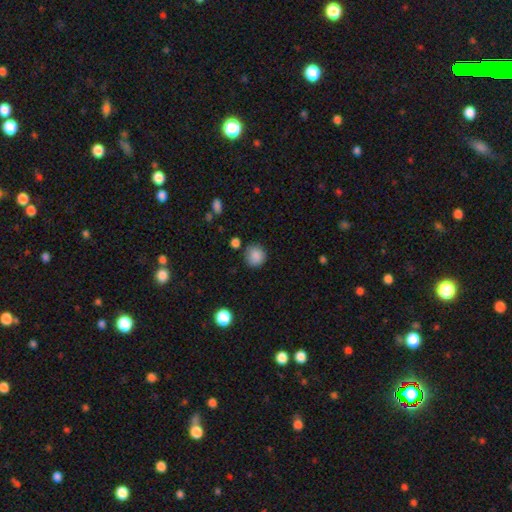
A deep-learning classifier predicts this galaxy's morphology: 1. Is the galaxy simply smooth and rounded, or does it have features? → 87% smooth, 9% star or artifact, 4% featured or disk.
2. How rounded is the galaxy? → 91% round, 8% in between, 1% cigar-shaped.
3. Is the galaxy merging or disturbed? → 83% none, 10% minor disturbance, 4% merger, 3% major disturbance.